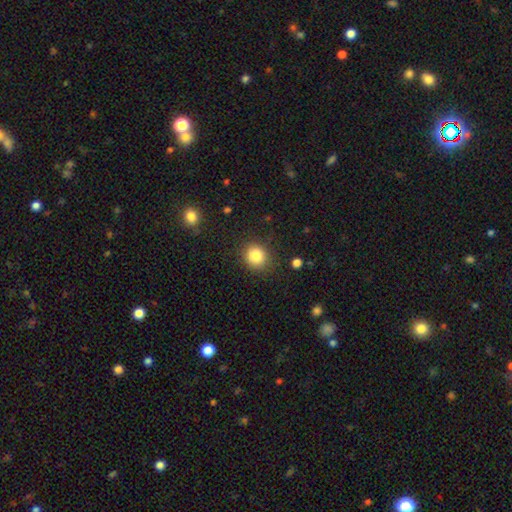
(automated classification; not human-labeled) This is clearly a smooth galaxy (84%). How rounded: clearly round (85%). Merging: clearly none (86%).